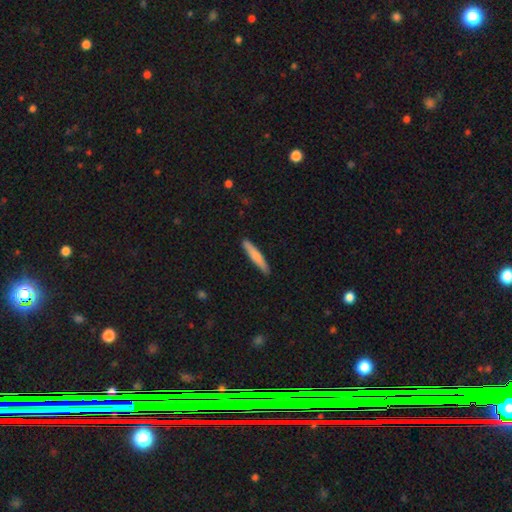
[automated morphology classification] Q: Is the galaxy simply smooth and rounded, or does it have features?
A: smooth — 74%.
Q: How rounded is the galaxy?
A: cigar-shaped — 92%.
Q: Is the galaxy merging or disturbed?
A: none — 89%.